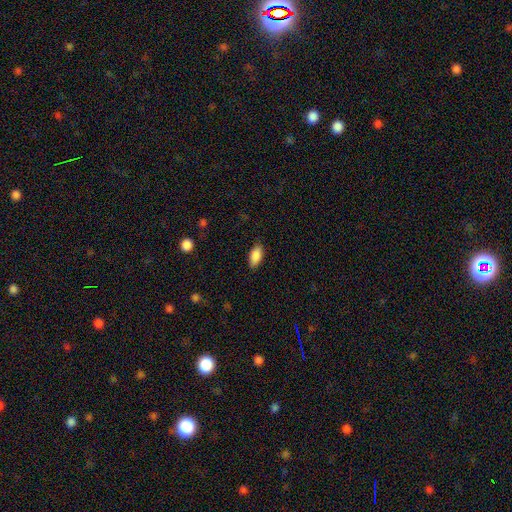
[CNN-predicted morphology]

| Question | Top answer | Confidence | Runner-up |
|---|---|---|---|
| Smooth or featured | smooth | 88% | star or artifact (7%) |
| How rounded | in between | 90% | cigar-shaped (7%) |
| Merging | none | 85% | minor disturbance (12%) |